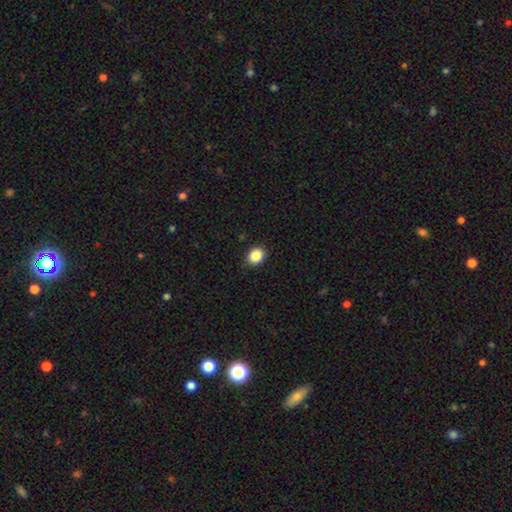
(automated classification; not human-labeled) smooth-or-featured: smooth: 88% | star or artifact: 9% | featured or disk: 3%
  how-rounded: round: 59% | in between: 40% | cigar-shaped: 1%
  merging: none: 89% | minor disturbance: 8% | major disturbance: 2% | merger: 1%